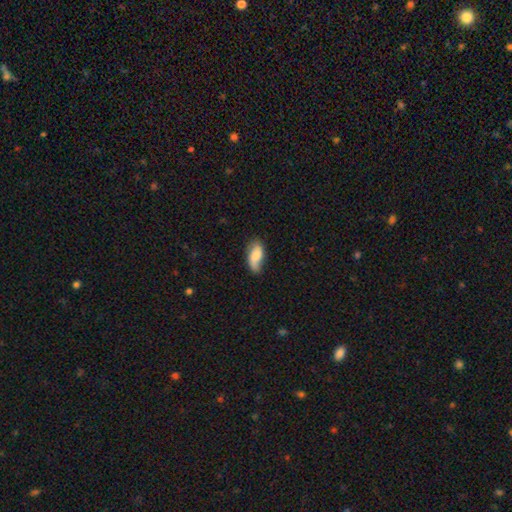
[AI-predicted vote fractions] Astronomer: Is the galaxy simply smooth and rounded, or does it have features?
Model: smooth — 66%.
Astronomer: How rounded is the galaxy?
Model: in between — 88%.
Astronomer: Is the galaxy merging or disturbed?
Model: none — 61%.